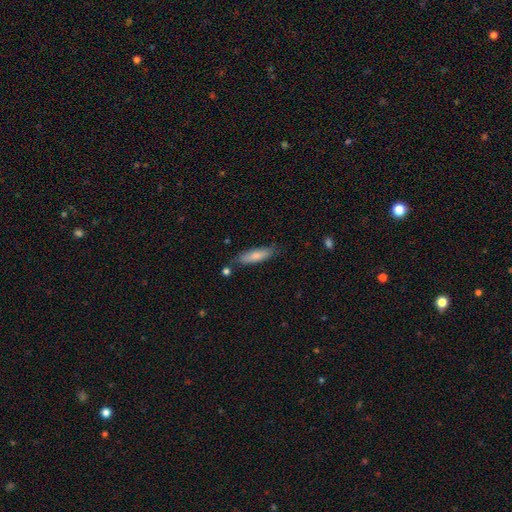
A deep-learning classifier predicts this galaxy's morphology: A smooth galaxy with no disk features (79%) that is cigar-shaped (58%).

Vote fractions:
- Smooth or featured? smooth: 79% / featured or disk: 15% / star or artifact: 6%
- How rounded? cigar-shaped: 58% / in between: 41% / round: 2%
- Merging? none: 75% / minor disturbance: 17% / merger: 4% / major disturbance: 4%